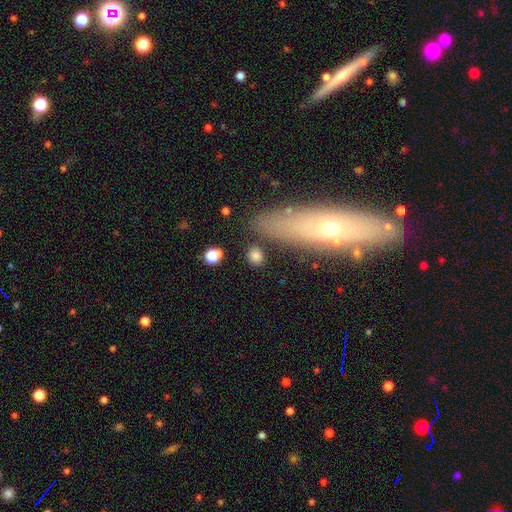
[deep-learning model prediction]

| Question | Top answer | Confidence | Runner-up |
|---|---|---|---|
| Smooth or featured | smooth | 83% | star or artifact (10%) |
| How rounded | round | 65% | in between (32%) |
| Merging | none | 81% | minor disturbance (10%) |